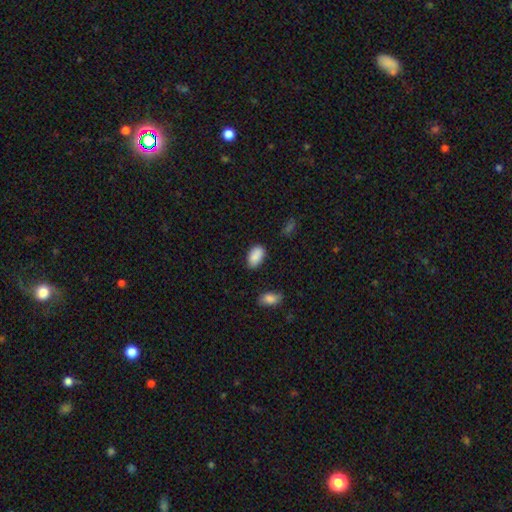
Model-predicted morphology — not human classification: A smooth galaxy with no disk features (89%) that is in between round and cigar-shaped (93%). Merging: none (80%).